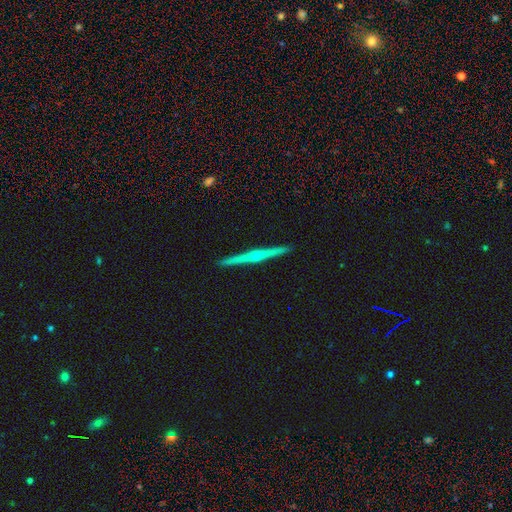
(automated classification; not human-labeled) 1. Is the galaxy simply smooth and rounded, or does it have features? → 78% featured or disk, 16% smooth, 6% star or artifact.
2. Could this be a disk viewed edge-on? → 99% yes, 1% no.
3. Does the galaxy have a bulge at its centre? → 82% rounded, 11% none, 7% boxy.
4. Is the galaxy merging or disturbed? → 93% none, 5% minor disturbance, 1% major disturbance, 1% merger.